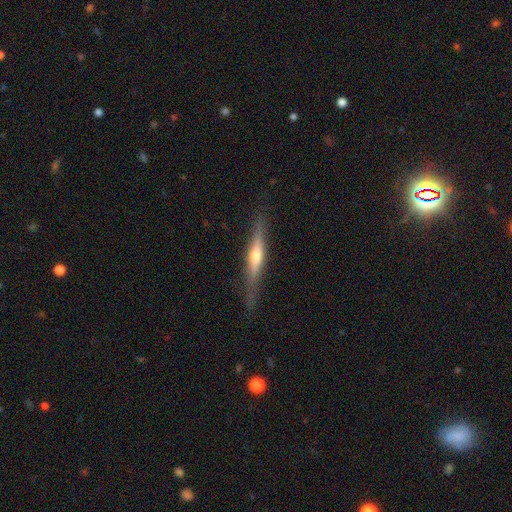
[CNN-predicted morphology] smooth_or_featured: featured or disk (p=0.66) [alt: smooth p=0.28]
disk_edge_on: yes (p=0.96) [alt: no p=0.04]
edge_on_bulge: rounded (p=0.85) [alt: none p=0.09]
merging: none (p=0.83) [alt: minor disturbance p=0.13]